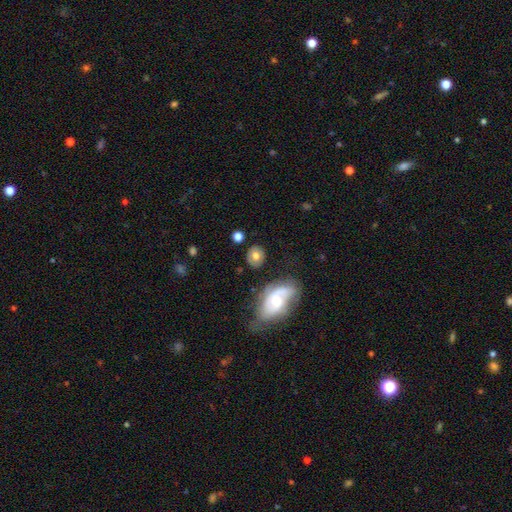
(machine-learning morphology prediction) type=smooth (65%); roundness=round (64%); merging=none (77%).